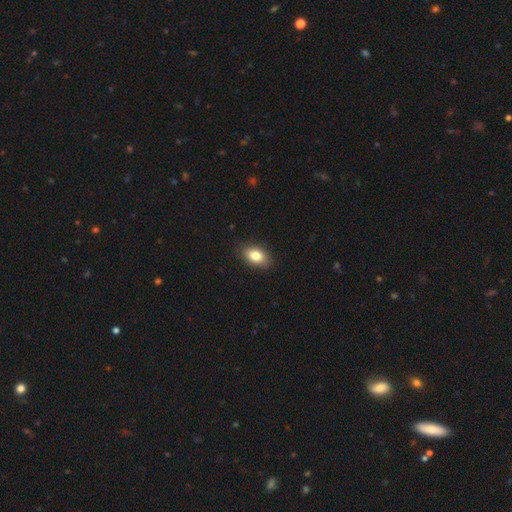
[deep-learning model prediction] Q: Smooth or featured?
A: smooth (82%); runner-up: featured or disk (10%)
Q: How rounded?
A: in between (88%); runner-up: round (10%)
Q: Merging?
A: none (87%); runner-up: minor disturbance (10%)